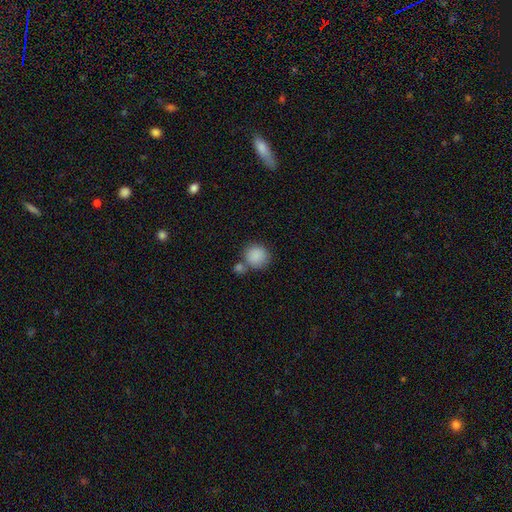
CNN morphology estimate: smooth 87%, star or artifact 8%, featured or disk 5%. Down the decision tree: how rounded — round (87%); merging — none (57%).